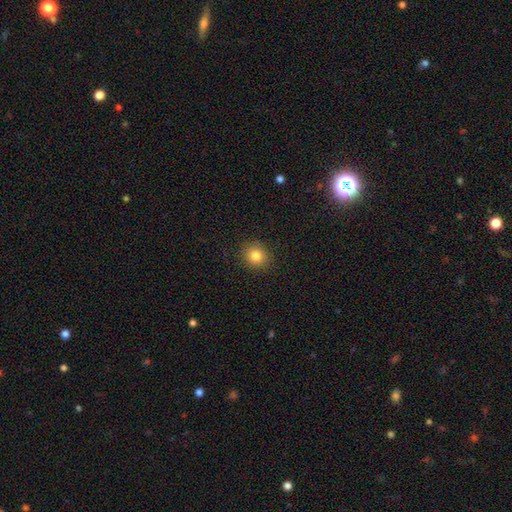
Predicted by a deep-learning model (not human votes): This appears to be a smooth galaxy with no disk features (83%) that is round (85%). Merging: none (90%).